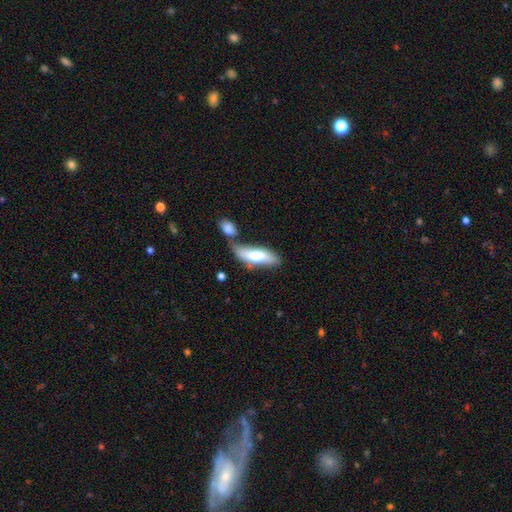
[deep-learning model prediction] Morphology: type=smooth (67%); roundness=in between (59%); merging=none (43%).